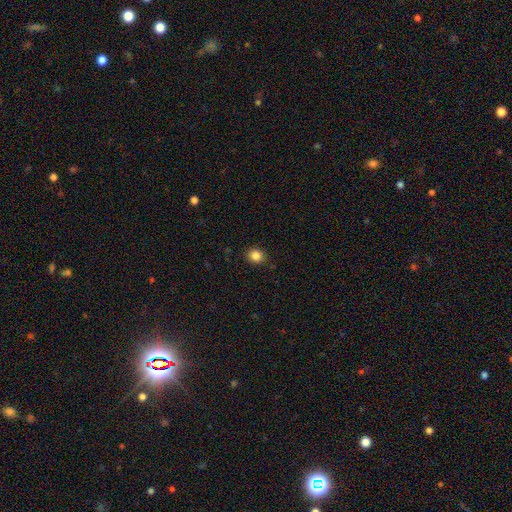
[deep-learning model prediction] Smooth or featured?
  - smooth: 85% *
  - star or artifact: 11%
  - featured or disk: 4%
How rounded?
  - round: 75% *
  - in between: 24%
  - cigar-shaped: 1%
Merging?
  - none: 90% *
  - minor disturbance: 7%
  - major disturbance: 2%
  - merger: 1%